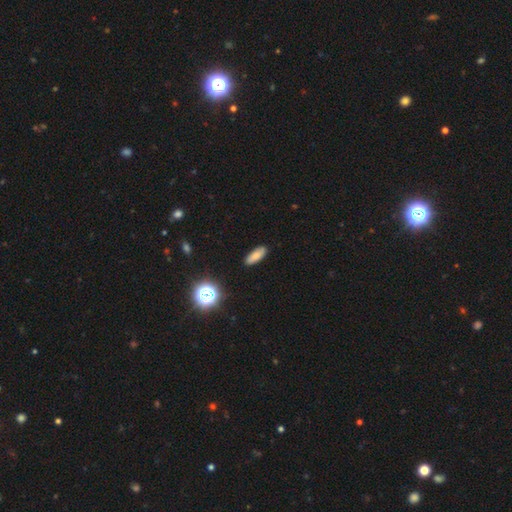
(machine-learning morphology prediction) This is likely a smooth galaxy (80%). How rounded: likely in between (67%). Merging: clearly none (89%).